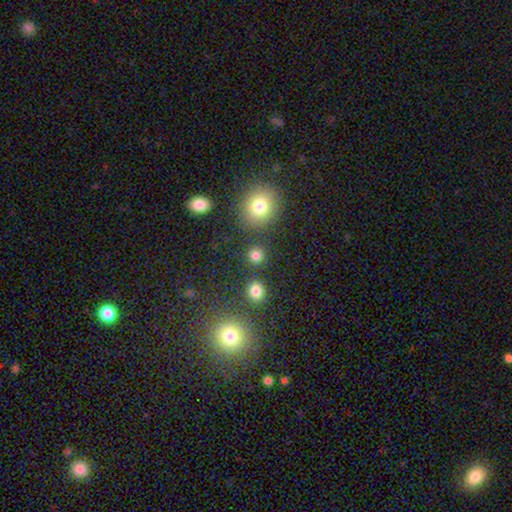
This is clearly a smooth galaxy (82%). How rounded: clearly round (97%). Merging: likely none (71%).